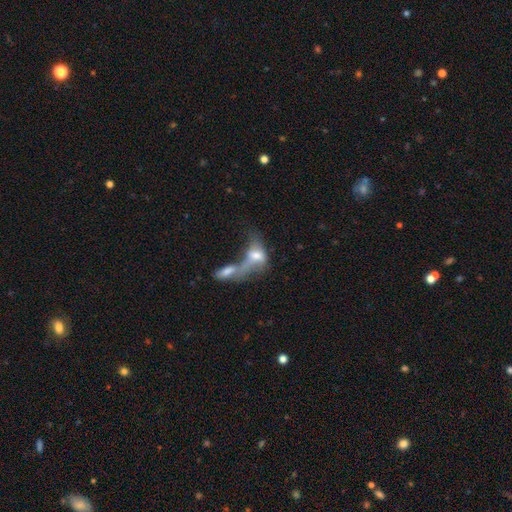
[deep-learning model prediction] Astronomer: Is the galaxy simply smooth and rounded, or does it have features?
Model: smooth — 57% (runner-up: featured or disk, 34%).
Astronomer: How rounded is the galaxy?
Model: in between — 80%.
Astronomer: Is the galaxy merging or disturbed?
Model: merger — 72%.